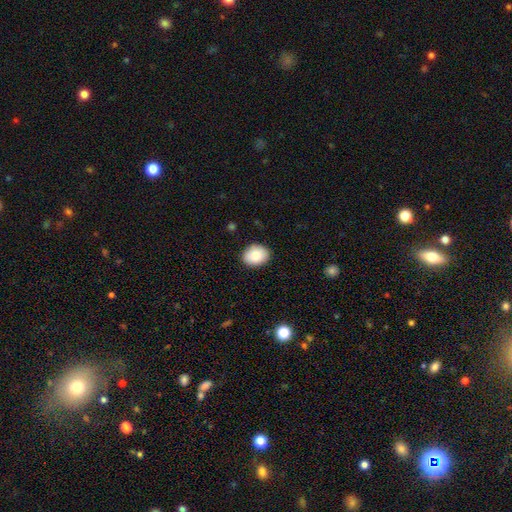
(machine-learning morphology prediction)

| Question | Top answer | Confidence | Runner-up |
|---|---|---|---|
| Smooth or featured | smooth | 80% | featured or disk (12%) |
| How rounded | in between | 57% | round (42%) |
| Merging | none | 88% | minor disturbance (9%) |